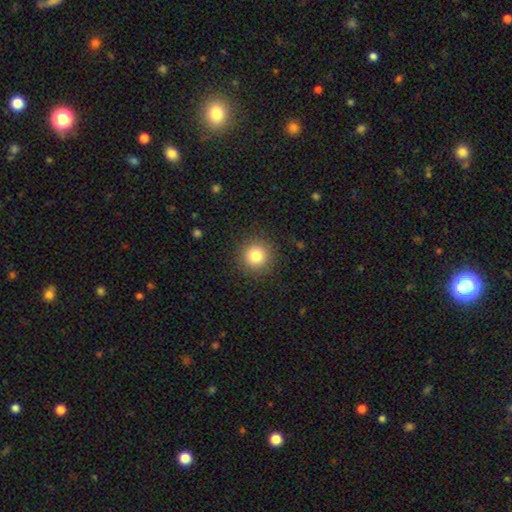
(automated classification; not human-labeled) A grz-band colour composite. It shows a smooth galaxy with no disk features (83%) that is round (95%). Merging: none (90%).